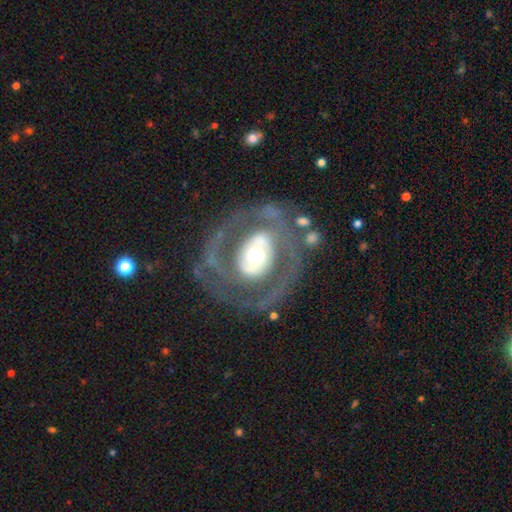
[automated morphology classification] featured or disk 79%, smooth 15%, star or artifact 6%. Down the decision tree: edge-on disk — no (96%); bar — no (57%); spiral arms — yes (72%); spiral arm count — 2 (75%); spiral winding — medium (43%); bulge size — moderate (55%); merging — none (69%).